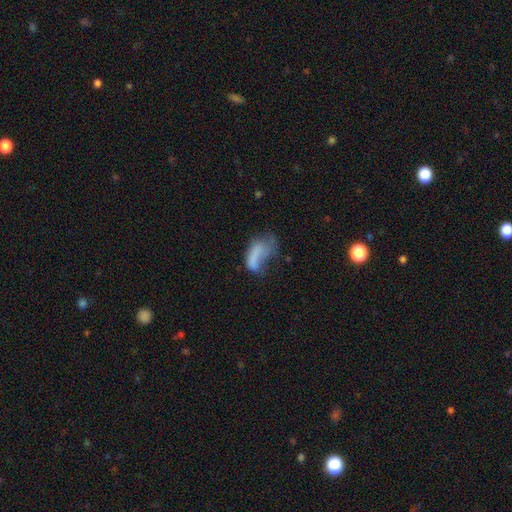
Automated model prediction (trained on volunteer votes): The model was most divided on "smooth or featured": smooth: 58%, featured or disk: 31%, star or artifact: 11%. Remaining: how rounded — in between (82%); merging — major disturbance (49%).